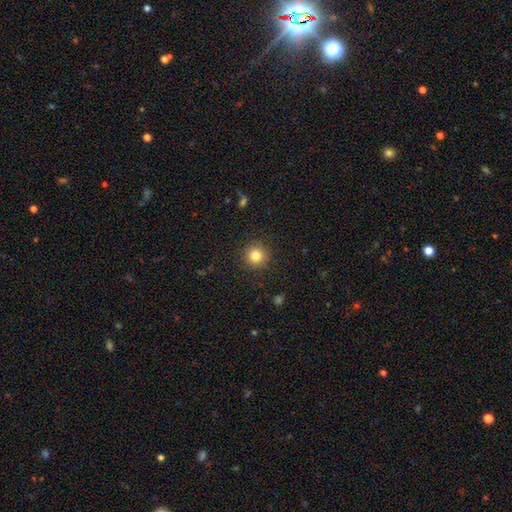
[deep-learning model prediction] A smooth galaxy with no disk features (82%) that is round (94%). Merging: none (91%).